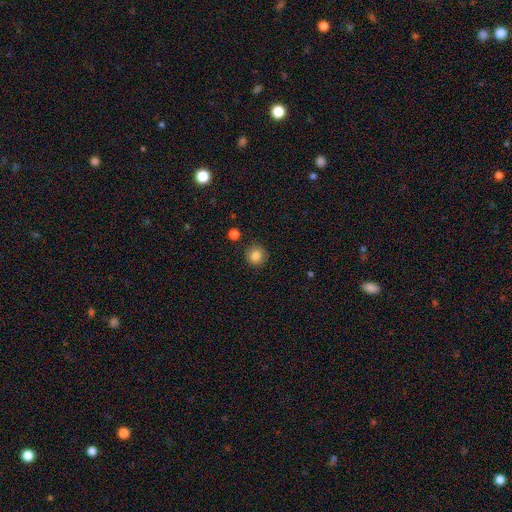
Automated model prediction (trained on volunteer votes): Q: Smooth or featured?
A: smooth (85%); runner-up: star or artifact (10%)
Q: How rounded?
A: round (93%); runner-up: in between (6%)
Q: Merging?
A: none (90%); runner-up: minor disturbance (6%)